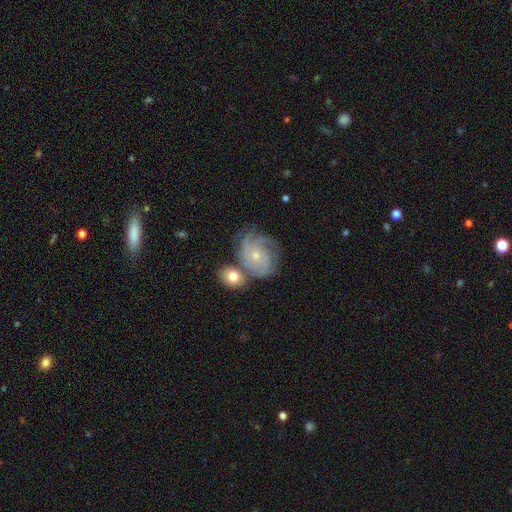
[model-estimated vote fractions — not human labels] This is clearly a featured or disk galaxy (82%). It is clearly not viewed edge-on (98%). Bar: likely no (76%). Spiral arm pattern: clearly yes (96%). Spiral arm count: marginally 3 (37%). Spiral winding: likely tight (61%). Central bulge: likely small (63%). Merging: possibly none (60%).